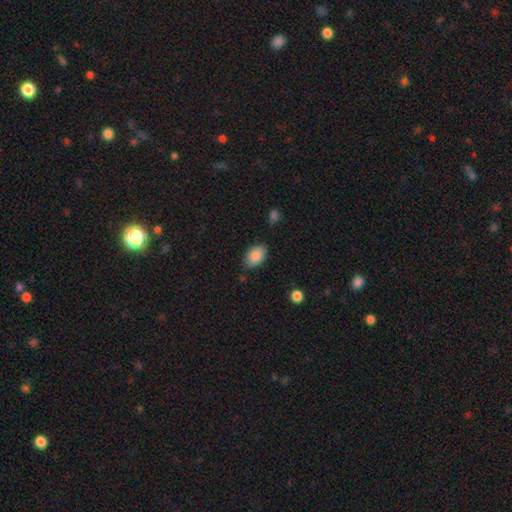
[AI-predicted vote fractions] Q: Smooth or featured?
A: smooth (88%); runner-up: star or artifact (7%)
Q: How rounded?
A: in between (89%); runner-up: round (10%)
Q: Merging?
A: none (79%); runner-up: minor disturbance (16%)